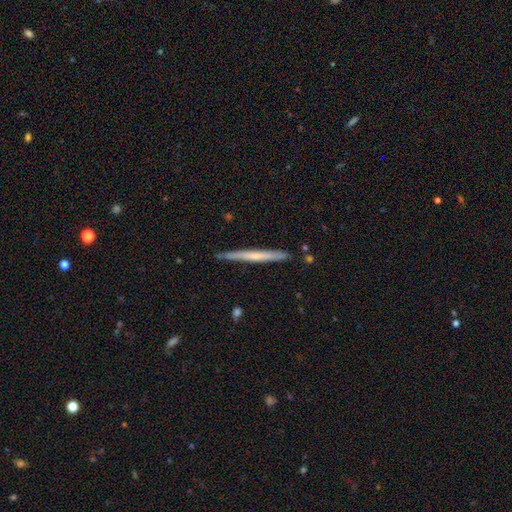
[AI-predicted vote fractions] This is possibly a smooth galaxy (49%). Merging: clearly none (87%).